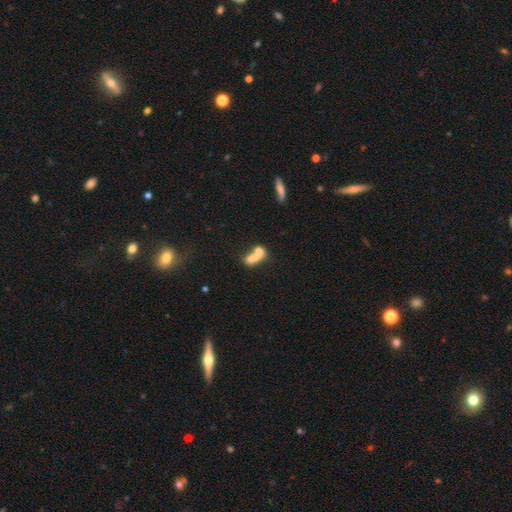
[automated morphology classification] Smooth or featured: smooth — 69% (featured or disk — 20%)
How rounded: in between — 71% (cigar-shaped — 18%)
Merging: merger — 62% (none — 22%)